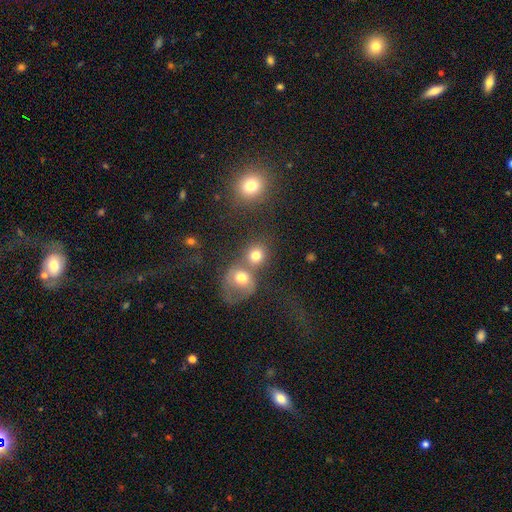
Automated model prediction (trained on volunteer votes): Smooth or featured?
  - smooth: 75% *
  - star or artifact: 13%
  - featured or disk: 12%
How rounded?
  - round: 78% *
  - in between: 21%
  - cigar-shaped: 1%
Merging?
  - merger: 48% *
  - none: 39%
  - minor disturbance: 8%
  - major disturbance: 5%